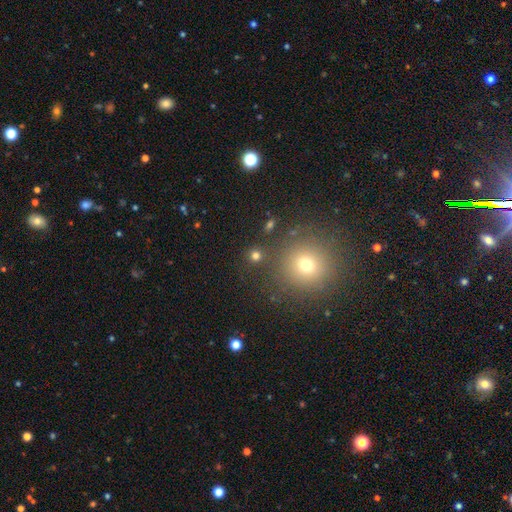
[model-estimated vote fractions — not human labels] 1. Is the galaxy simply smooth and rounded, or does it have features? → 75% smooth, 19% star or artifact, 6% featured or disk.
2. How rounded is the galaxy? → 91% round, 8% in between, 1% cigar-shaped.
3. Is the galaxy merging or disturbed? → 83% none, 7% merger, 6% minor disturbance, 3% major disturbance.